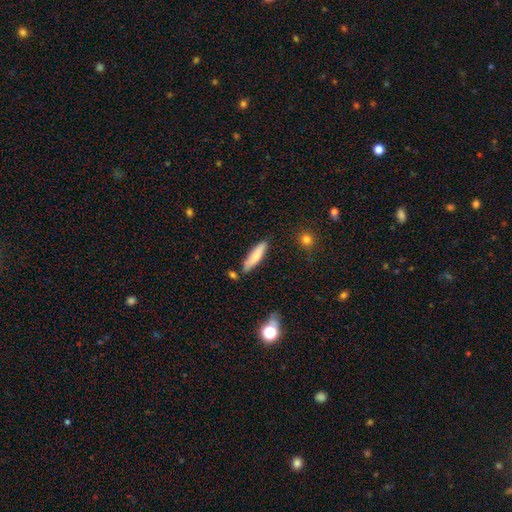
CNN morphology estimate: Smooth or featured? smooth (77%)
How rounded? cigar-shaped (74%)
Merging? none (78%)